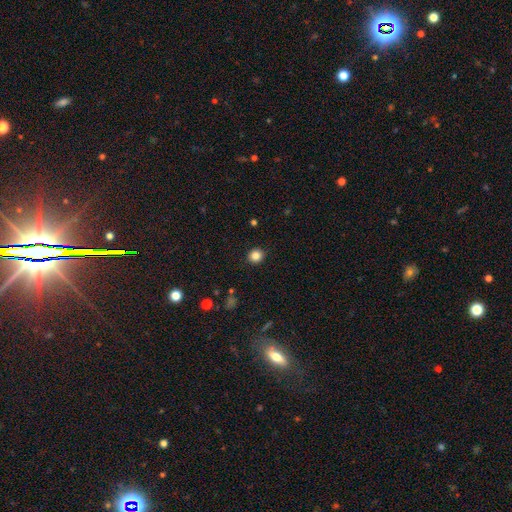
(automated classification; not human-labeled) smooth 84%, star or artifact 11%, featured or disk 5%. Down the decision tree: how rounded — round (87%); merging — none (91%).